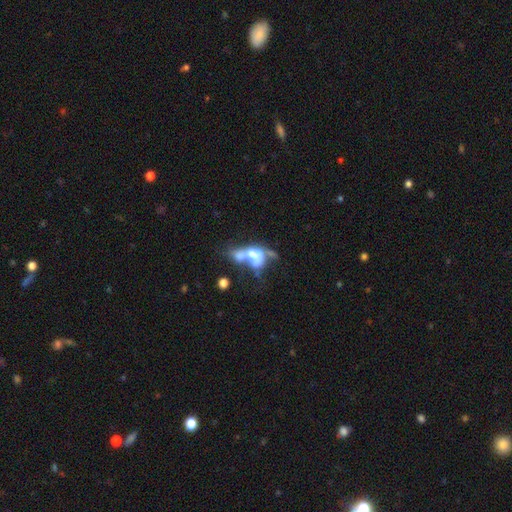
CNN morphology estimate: This appears to be a smooth galaxy with no disk features (44%, tied with featured or disk). Merging: merger (63%).